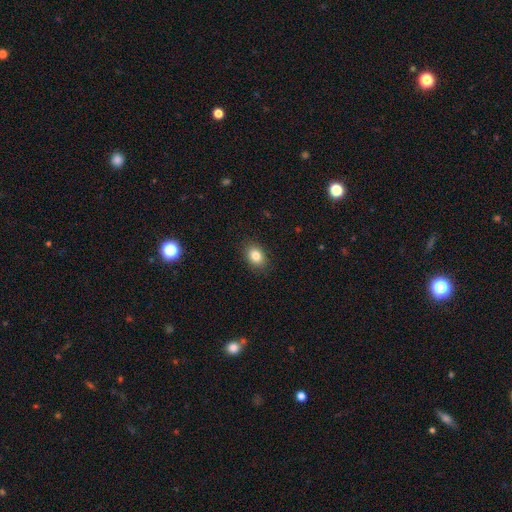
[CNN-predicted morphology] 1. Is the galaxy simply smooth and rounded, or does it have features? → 83% smooth, 9% star or artifact, 7% featured or disk.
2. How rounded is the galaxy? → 73% in between, 26% round, 1% cigar-shaped.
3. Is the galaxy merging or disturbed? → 88% none, 8% minor disturbance, 2% major disturbance, 1% merger.